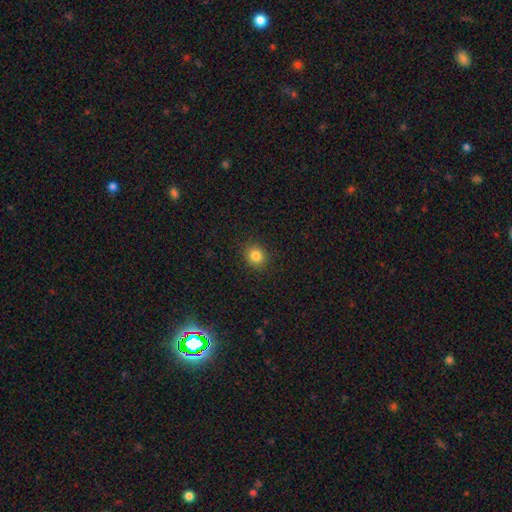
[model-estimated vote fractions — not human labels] smooth-or-featured: smooth: 83% | star or artifact: 12% | featured or disk: 5%
  how-rounded: round: 78% | in between: 21% | cigar-shaped: 1%
  merging: none: 91% | minor disturbance: 6% | major disturbance: 2% | merger: 1%